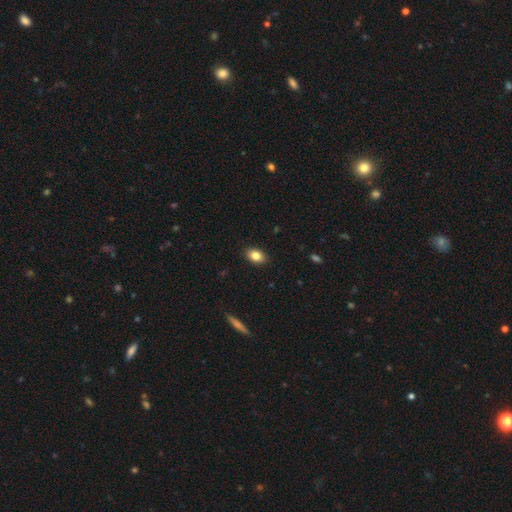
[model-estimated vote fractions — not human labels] smooth-or-featured: smooth: 84% | star or artifact: 8% | featured or disk: 8%
  how-rounded: in between: 84% | round: 14% | cigar-shaped: 2%
  merging: none: 89% | minor disturbance: 8% | major disturbance: 2% | merger: 1%